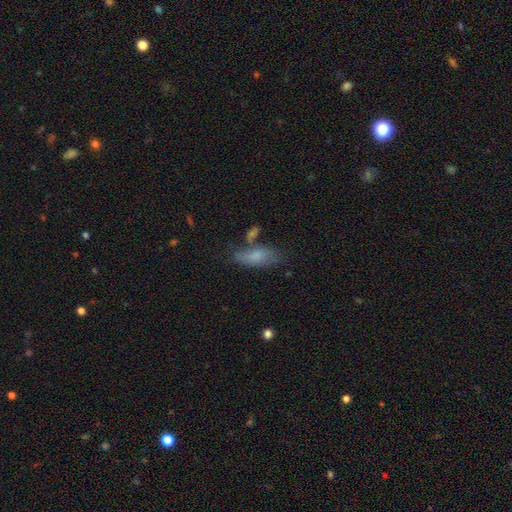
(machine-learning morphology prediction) A smooth galaxy with no disk features (76%) that is in between round and cigar-shaped (69%).

Vote fractions:
- Smooth or featured? smooth: 76% / featured or disk: 16% / star or artifact: 8%
- How rounded? in between: 69% / cigar-shaped: 28% / round: 3%
- Merging? none: 57% / minor disturbance: 21% / merger: 15% / major disturbance: 8%